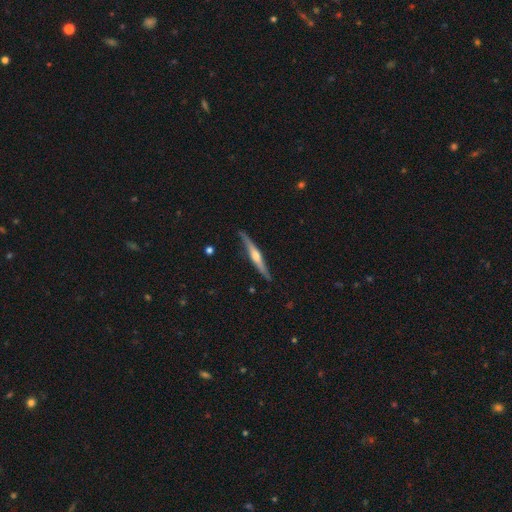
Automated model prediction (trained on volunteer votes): A featured or disk galaxy (69%) viewed edge-on (96%) with a rounded central bulge (84%).

Vote fractions:
- Smooth or featured? featured or disk: 69% / smooth: 25% / star or artifact: 5%
- Edge-on disk? yes: 96% / no: 4%
- Edge-on bulge? rounded: 84% / none: 10% / boxy: 6%
- Merging? none: 82% / minor disturbance: 14% / major disturbance: 2% / merger: 2%